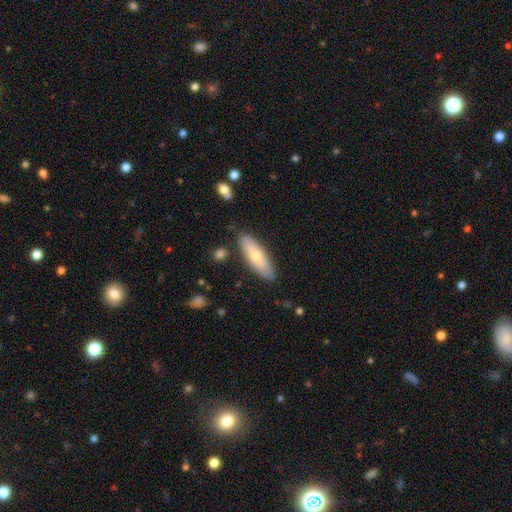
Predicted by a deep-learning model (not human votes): smooth 65%, featured or disk 29%, star or artifact 6%. Down the decision tree: how rounded — in between (55%); merging — none (84%).